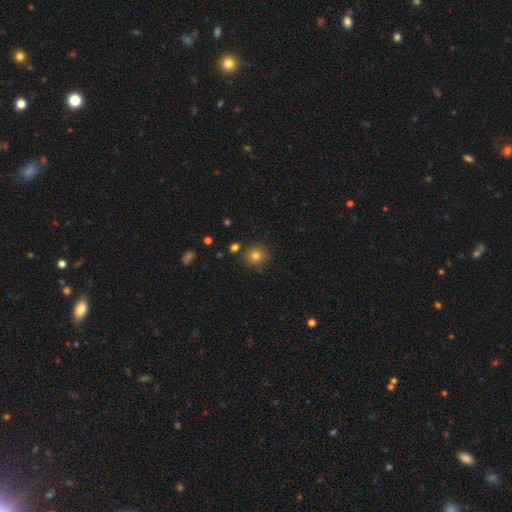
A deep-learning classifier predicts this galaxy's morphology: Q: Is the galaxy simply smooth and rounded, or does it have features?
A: smooth — 79%.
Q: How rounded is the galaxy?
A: round — 91%.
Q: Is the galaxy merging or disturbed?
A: none — 86%.